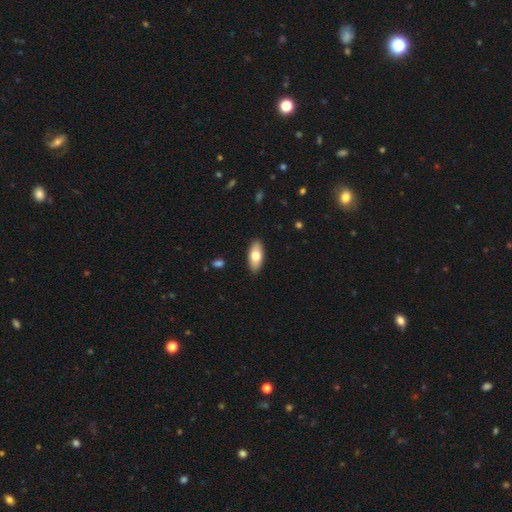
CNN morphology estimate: Q: Smooth or featured?
A: smooth (72%); runner-up: featured or disk (22%)
Q: How rounded?
A: in between (86%); runner-up: cigar-shaped (11%)
Q: Merging?
A: none (90%); runner-up: minor disturbance (8%)